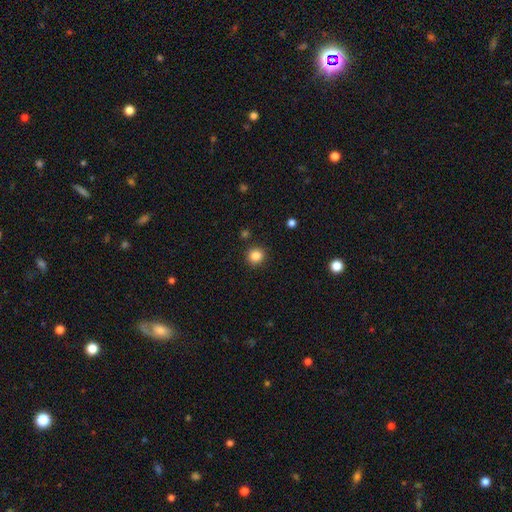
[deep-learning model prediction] smooth 84%, star or artifact 12%, featured or disk 4%. Down the decision tree: how rounded — round (92%); merging — none (91%).